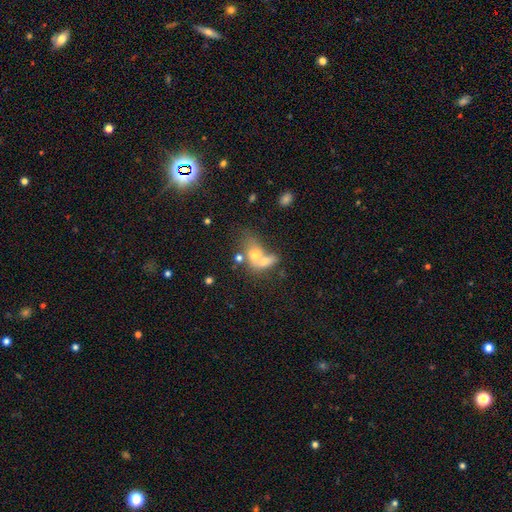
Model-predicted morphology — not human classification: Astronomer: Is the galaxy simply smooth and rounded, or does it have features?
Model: smooth — 64%.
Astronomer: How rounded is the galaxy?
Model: in between — 67%.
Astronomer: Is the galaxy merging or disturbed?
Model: merger — 68%.